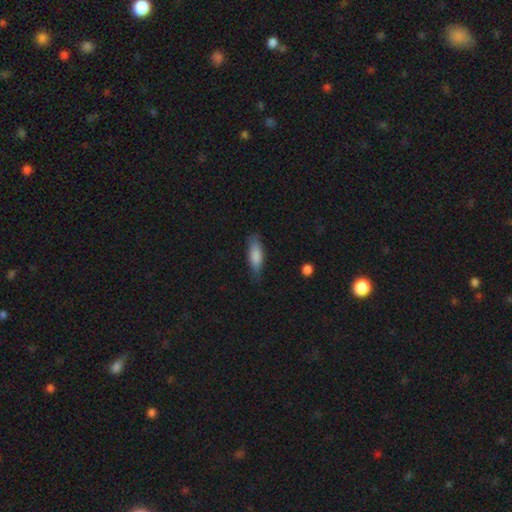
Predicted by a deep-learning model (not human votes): smooth_or_featured: smooth (p=0.82) [alt: featured or disk p=0.12]
how_rounded: in between (p=0.53) [alt: cigar-shaped p=0.45]
merging: none (p=0.77) [alt: minor disturbance p=0.19]